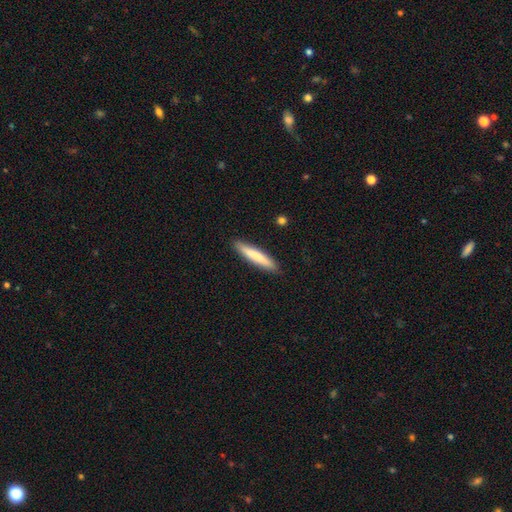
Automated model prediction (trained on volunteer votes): smooth-or-featured: smooth: 77% | featured or disk: 18% | star or artifact: 5%
  how-rounded: cigar-shaped: 91% | in between: 7% | round: 1%
  merging: none: 89% | minor disturbance: 8% | major disturbance: 2% | merger: 1%